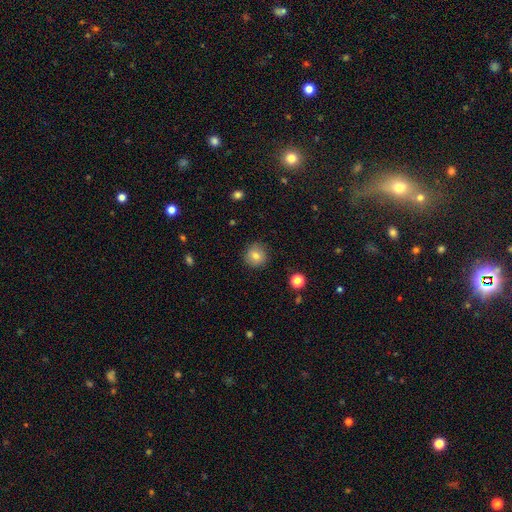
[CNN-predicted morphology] A smooth galaxy with no disk features (79%) that is round (93%). Merging: none (89%).